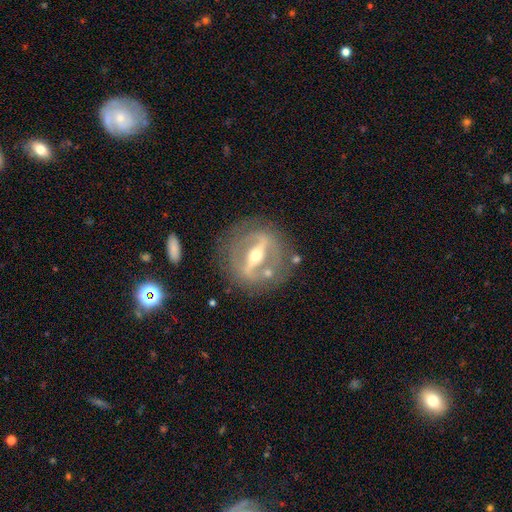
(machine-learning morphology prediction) Smooth or featured? featured or disk (84%)
Edge-on disk? no (74%)
Bar? strong (83%)
Spiral arms? no (63%)
Bulge size? moderate (63%)
Merging? none (77%)